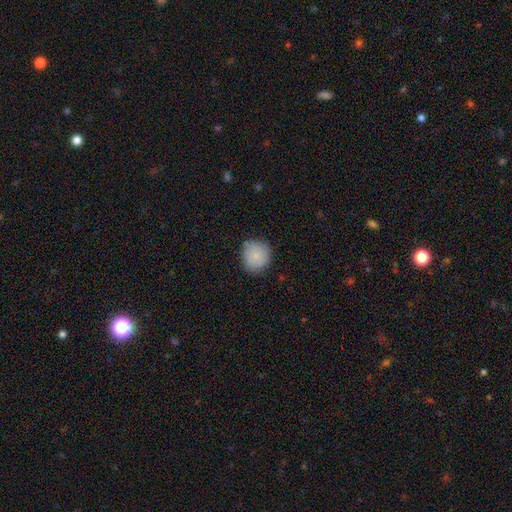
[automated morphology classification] A smooth galaxy with no disk features (82%) that is round (90%). Merging: none (79%).